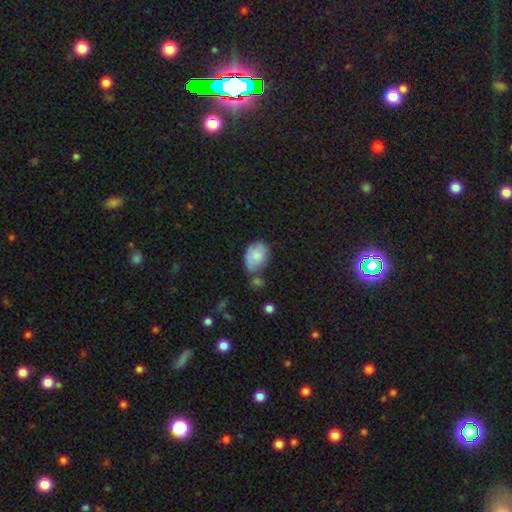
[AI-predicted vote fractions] smooth_or_featured: smooth (p=0.79) [alt: featured or disk p=0.14]
how_rounded: in between (p=0.76) [alt: round p=0.22]
merging: none (p=0.43) [alt: minor disturbance p=0.30]